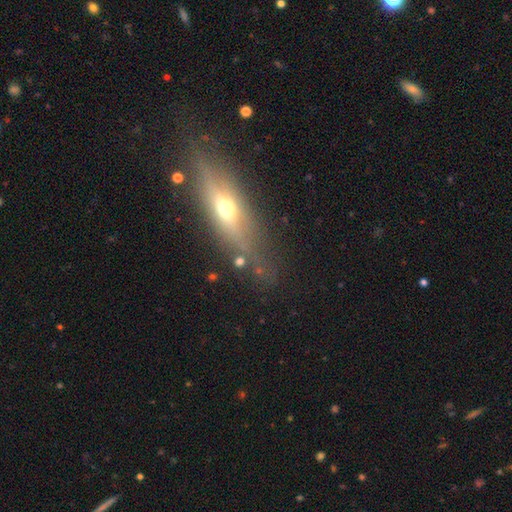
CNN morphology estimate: A featured or disk galaxy (54%) viewed edge-on (66%).

Vote fractions:
- Smooth or featured? featured or disk: 54% / smooth: 34% / star or artifact: 12%
- Edge-on disk? yes: 66% / no: 34%
- Merging? none: 78% / minor disturbance: 14% / major disturbance: 5% / merger: 3%